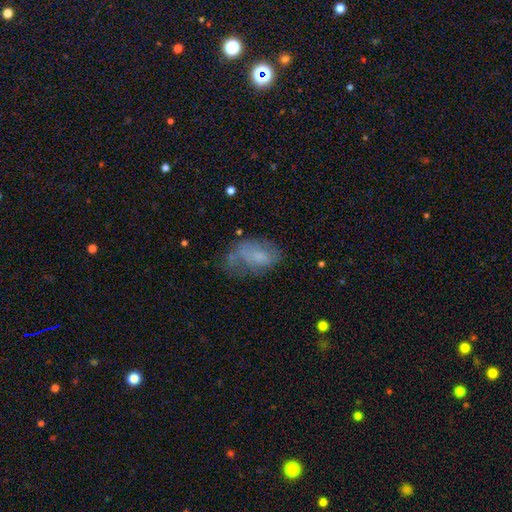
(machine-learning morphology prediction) Smooth or featured? smooth (57%)
How rounded? in between (91%)
Merging? none (34%)